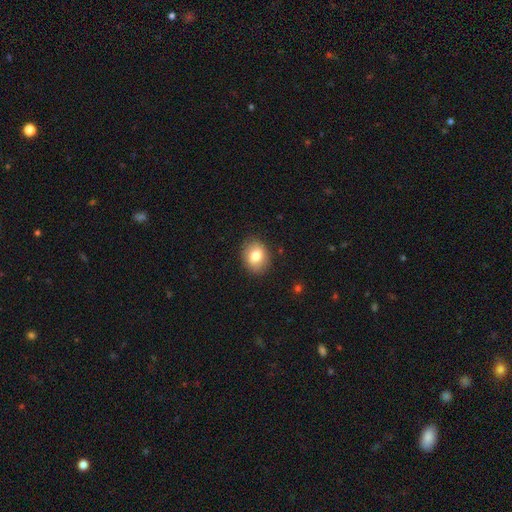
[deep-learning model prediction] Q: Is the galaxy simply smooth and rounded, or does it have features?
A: smooth — 79%.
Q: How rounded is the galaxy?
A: in between — 50%.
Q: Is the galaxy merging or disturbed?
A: none — 87%.